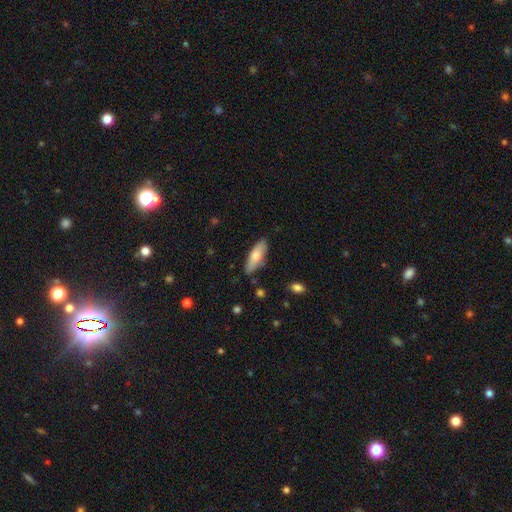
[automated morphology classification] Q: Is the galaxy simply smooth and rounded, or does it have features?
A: smooth — 71%.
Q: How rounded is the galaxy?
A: in between — 57%.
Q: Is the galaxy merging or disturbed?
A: none — 81%.